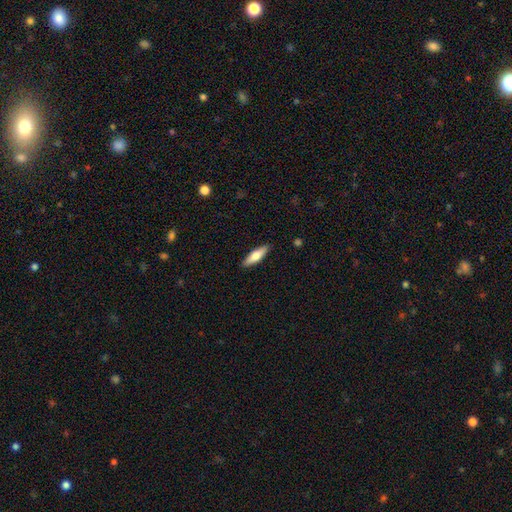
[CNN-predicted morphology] A smooth galaxy with no disk features (63%) that is cigar-shaped (62%). Merging: none (89%).